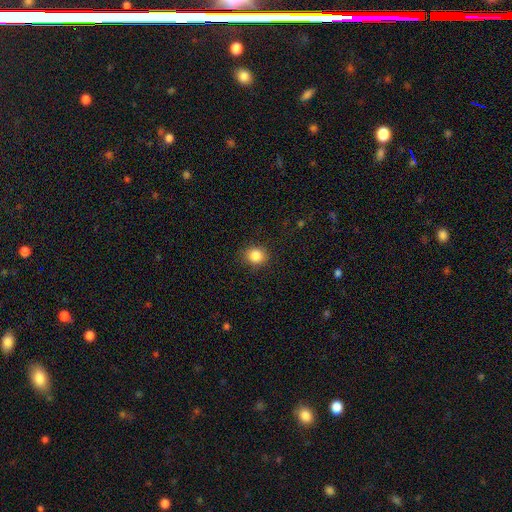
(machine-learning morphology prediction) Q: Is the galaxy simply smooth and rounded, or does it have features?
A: smooth — 86%.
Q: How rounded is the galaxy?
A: round — 80%.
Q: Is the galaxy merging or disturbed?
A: none — 88%.